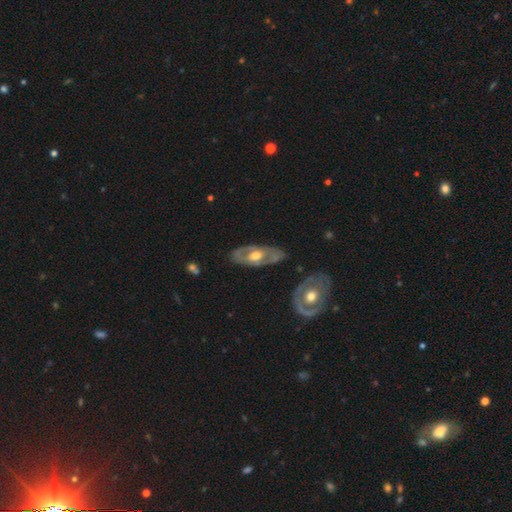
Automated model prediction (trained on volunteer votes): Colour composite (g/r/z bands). It shows a featured or disk galaxy (68%) with no bar (64%), no spiral arms (63%) and a moderate central bulge (68%). Merging: none (80%).